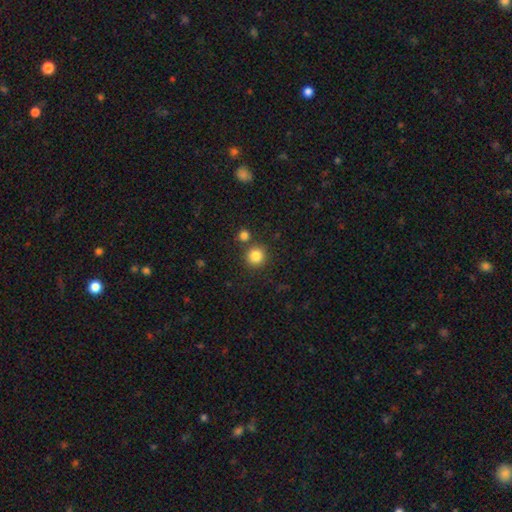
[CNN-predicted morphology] type=smooth (84%); roundness=round (93%); merging=none (81%).